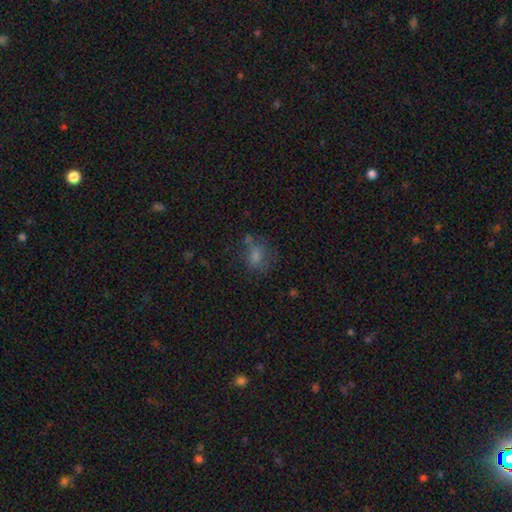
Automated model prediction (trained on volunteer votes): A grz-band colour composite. It shows a smooth galaxy with no disk features (59%) that is round (58%). Merging: none (56%).